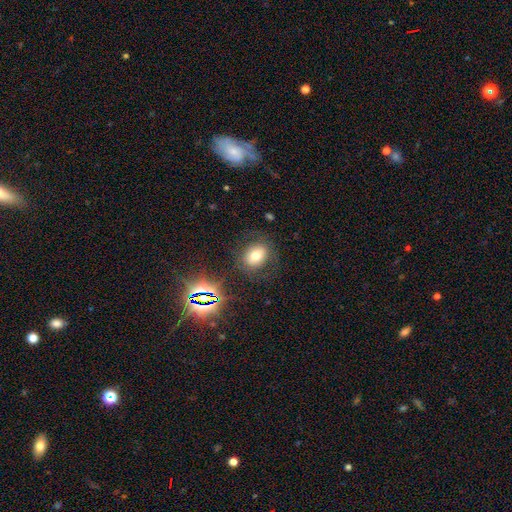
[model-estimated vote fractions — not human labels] smooth-or-featured: smooth: 69% | star or artifact: 18% | featured or disk: 14%
  how-rounded: in between: 56% | round: 43% | cigar-shaped: 1%
  merging: none: 78% | minor disturbance: 13% | major disturbance: 7% | merger: 2%